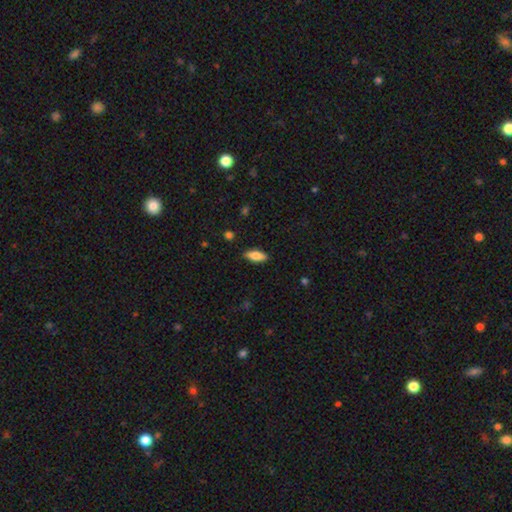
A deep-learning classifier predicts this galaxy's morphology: A smooth galaxy with no disk features (80%) that is in between round and cigar-shaped (78%).

Vote fractions:
- Smooth or featured? smooth: 80% / featured or disk: 14% / star or artifact: 6%
- How rounded? in between: 78% / cigar-shaped: 19% / round: 2%
- Merging? none: 87% / minor disturbance: 10% / major disturbance: 2% / merger: 1%